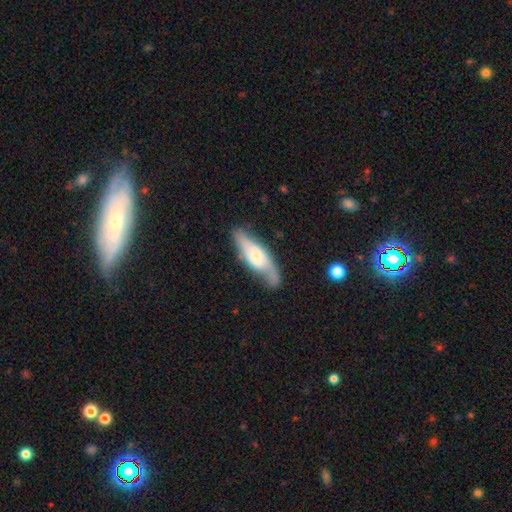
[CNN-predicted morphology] Smooth or featured? featured or disk (60%)
Edge-on disk? no (66%)
Merging? none (70%)